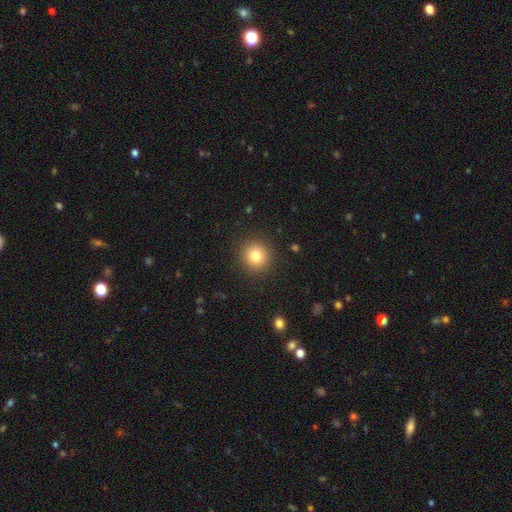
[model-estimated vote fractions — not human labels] smooth 79%, star or artifact 12%, featured or disk 9%. Down the decision tree: how rounded — round (94%); merging — none (91%).